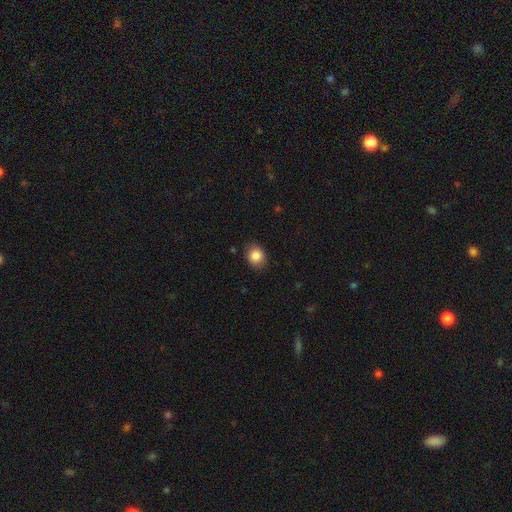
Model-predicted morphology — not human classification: smooth-or-featured: smooth: 86% | star or artifact: 9% | featured or disk: 5%
  how-rounded: round: 63% | in between: 36% | cigar-shaped: 1%
  merging: none: 83% | minor disturbance: 13% | major disturbance: 3% | merger: 1%